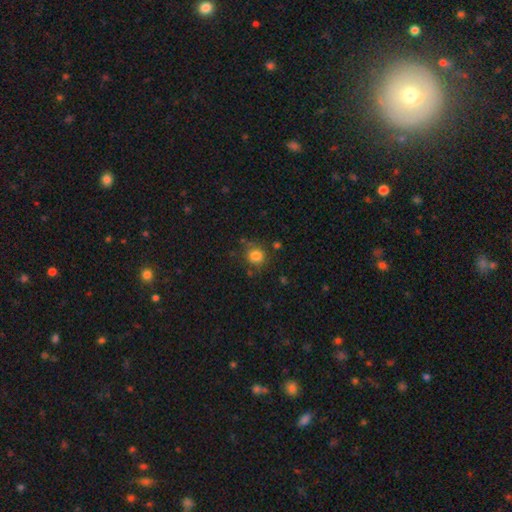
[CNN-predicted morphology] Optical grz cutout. It shows a smooth galaxy with no disk features (82%) that is round (85%). Merging: none (75%).